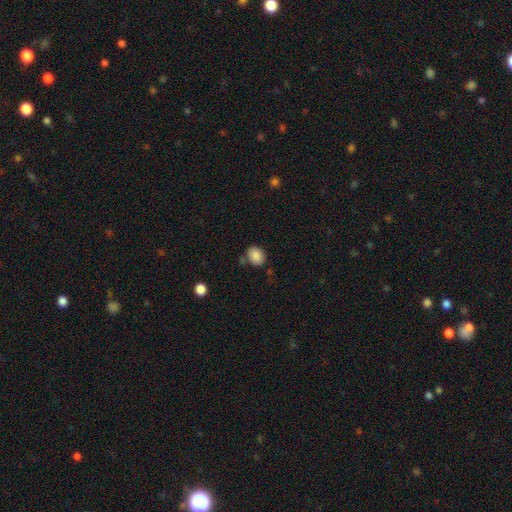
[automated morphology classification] A smooth galaxy with no disk features (87%) that is in between round and cigar-shaped (54%).

Vote fractions:
- Smooth or featured? smooth: 87% / star or artifact: 9% / featured or disk: 4%
- How rounded? in between: 54% / round: 45% / cigar-shaped: 1%
- Merging? none: 75% / minor disturbance: 15% / merger: 7% / major disturbance: 4%